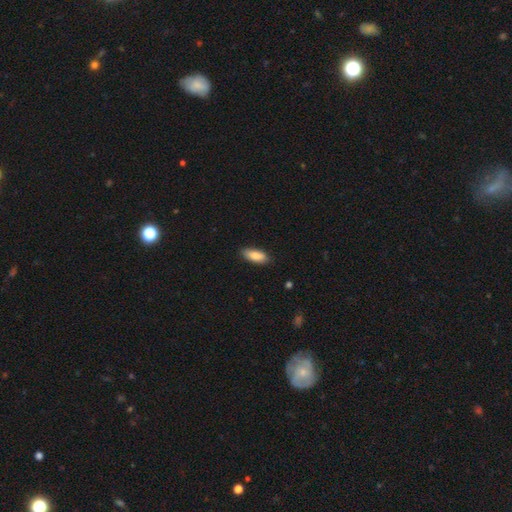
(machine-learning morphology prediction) Overall: smooth (86%). How rounded: in between (80%). Merging: none (83%).